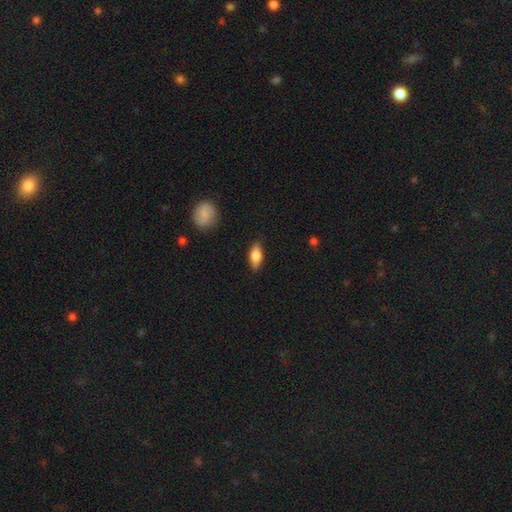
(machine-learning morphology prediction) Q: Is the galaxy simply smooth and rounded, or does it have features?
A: smooth — 73%.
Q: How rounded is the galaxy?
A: in between — 76%.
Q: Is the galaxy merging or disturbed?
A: none — 85%.